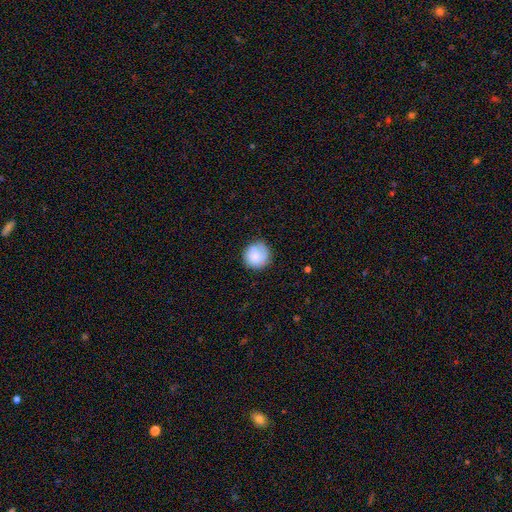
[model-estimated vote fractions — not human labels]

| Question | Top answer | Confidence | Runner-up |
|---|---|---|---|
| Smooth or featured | smooth | 81% | featured or disk (12%) |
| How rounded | round | 91% | in between (8%) |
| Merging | none | 77% | minor disturbance (17%) |